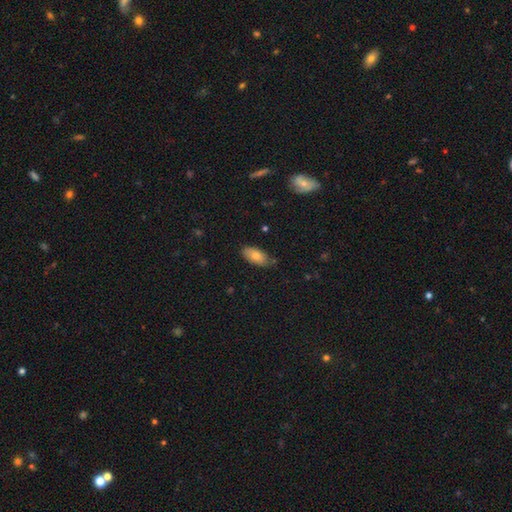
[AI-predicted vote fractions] This is likely a smooth galaxy (78%). How rounded: clearly in between (91%). Merging: likely none (77%).